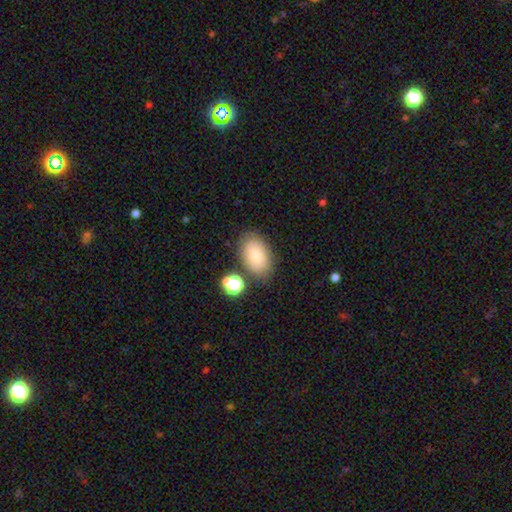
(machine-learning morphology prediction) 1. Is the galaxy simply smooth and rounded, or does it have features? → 79% smooth, 11% featured or disk, 9% star or artifact.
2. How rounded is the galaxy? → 89% in between, 10% round, 1% cigar-shaped.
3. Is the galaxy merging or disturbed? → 75% none, 14% minor disturbance, 6% merger, 4% major disturbance.